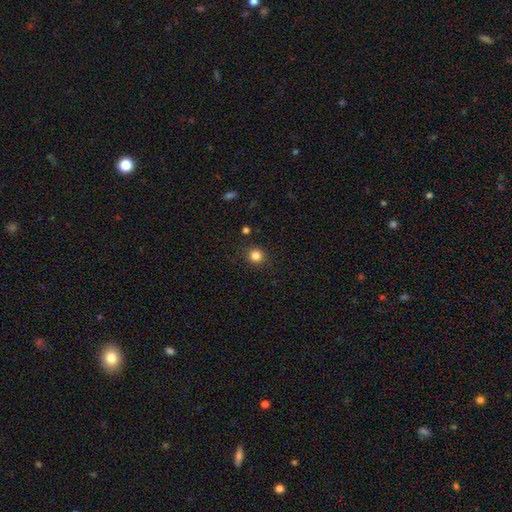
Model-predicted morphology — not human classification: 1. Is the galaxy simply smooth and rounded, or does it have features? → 83% smooth, 12% star or artifact, 4% featured or disk.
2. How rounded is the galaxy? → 92% round, 7% in between, 1% cigar-shaped.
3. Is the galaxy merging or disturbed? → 90% none, 7% minor disturbance, 2% major disturbance, 2% merger.